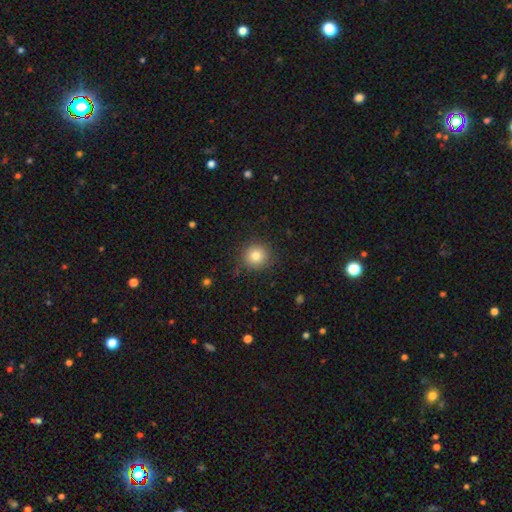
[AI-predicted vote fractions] Smooth or featured? smooth (80%)
How rounded? round (92%)
Merging? none (88%)